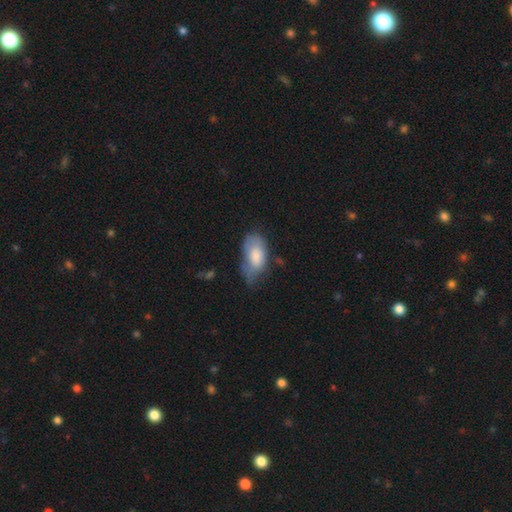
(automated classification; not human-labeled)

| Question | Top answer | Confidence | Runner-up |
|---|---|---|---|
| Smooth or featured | smooth | 73% | featured or disk (21%) |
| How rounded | in between | 94% | round (4%) |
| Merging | minor disturbance | 41% | none (37%) |